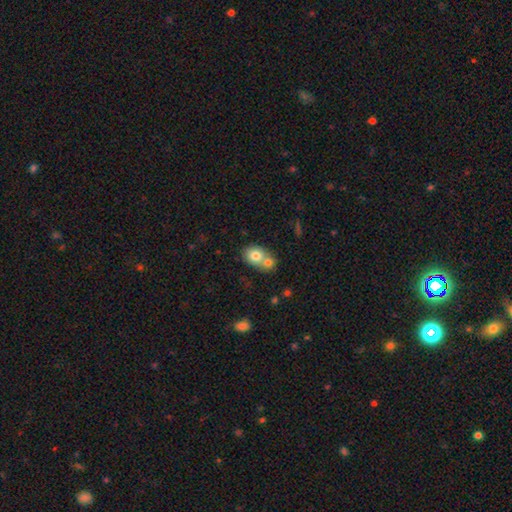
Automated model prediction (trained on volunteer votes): smooth 74%, featured or disk 17%, star or artifact 9%. Down the decision tree: how rounded — in between (51%); merging — merger (59%).